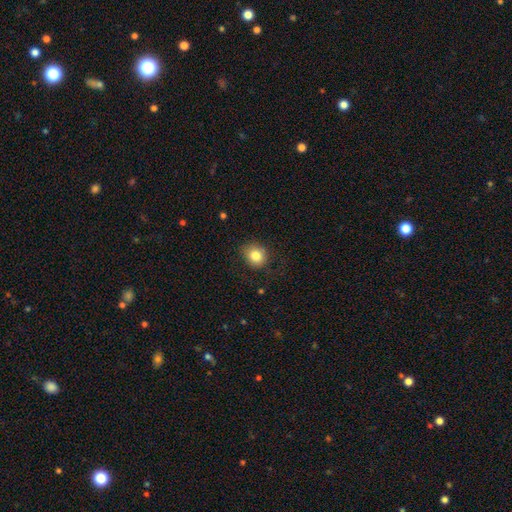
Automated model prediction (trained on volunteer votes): Q: Smooth or featured?
A: smooth (83%); runner-up: star or artifact (10%)
Q: How rounded?
A: round (77%); runner-up: in between (22%)
Q: Merging?
A: none (80%); runner-up: minor disturbance (14%)